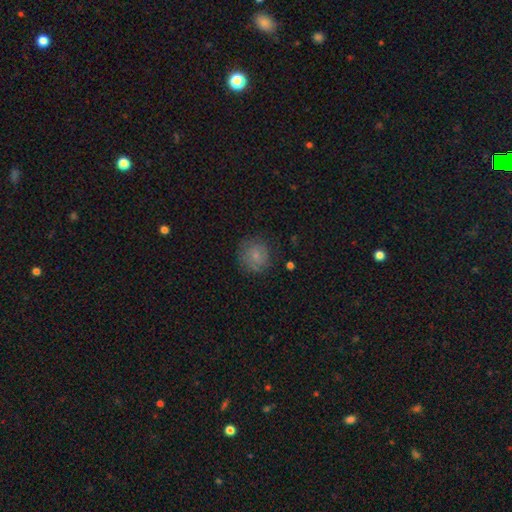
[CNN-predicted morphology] This is likely a smooth galaxy (71%). How rounded: clearly round (90%). Merging: likely none (77%).